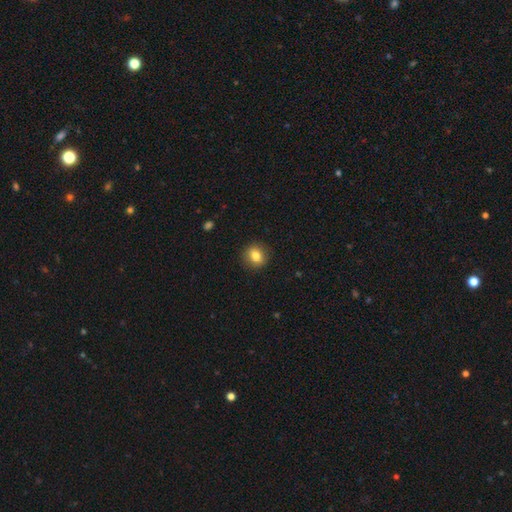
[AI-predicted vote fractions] Q: Smooth or featured?
A: smooth (80%); runner-up: featured or disk (11%)
Q: How rounded?
A: round (74%); runner-up: in between (25%)
Q: Merging?
A: none (89%); runner-up: minor disturbance (8%)